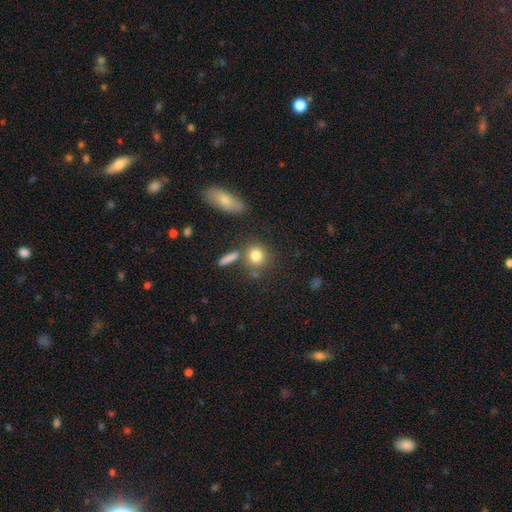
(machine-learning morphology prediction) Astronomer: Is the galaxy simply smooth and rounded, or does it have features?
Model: smooth — 81%.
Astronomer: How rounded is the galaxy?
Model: round — 77%.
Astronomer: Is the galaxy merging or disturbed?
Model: none — 69%.